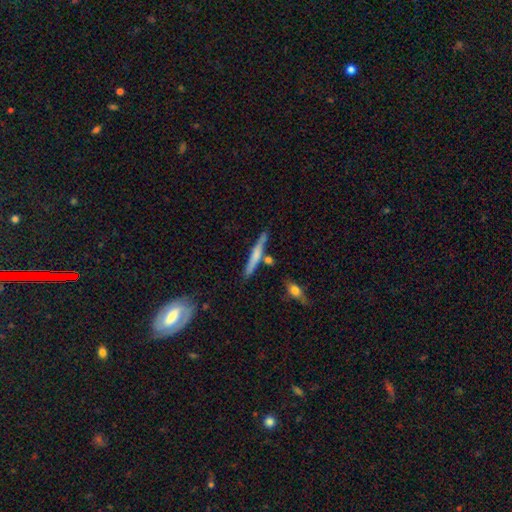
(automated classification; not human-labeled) Smooth or featured? Predicted: smooth (p=0.50). How rounded? Predicted: cigar-shaped (p=0.93). Merging? Predicted: none (p=0.76).